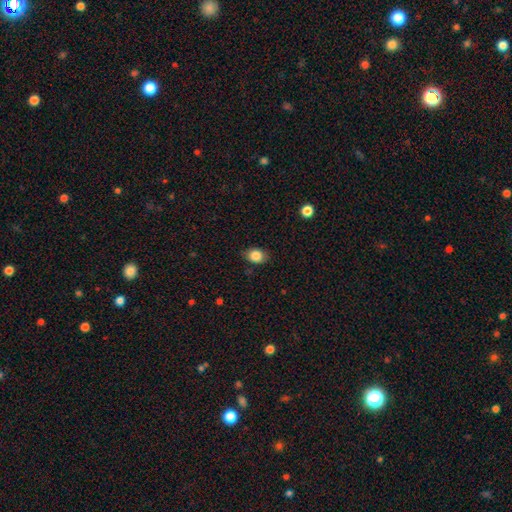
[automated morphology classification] Q: Smooth or featured?
A: smooth (86%); runner-up: star or artifact (9%)
Q: How rounded?
A: in between (54%); runner-up: round (45%)
Q: Merging?
A: none (80%); runner-up: minor disturbance (16%)